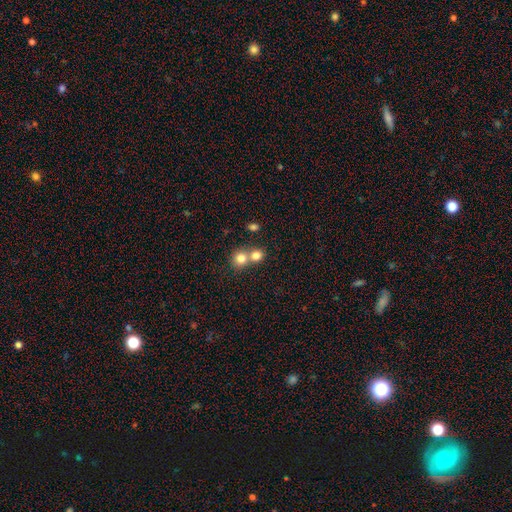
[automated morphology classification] Q: Smooth or featured?
A: smooth (79%); runner-up: star or artifact (11%)
Q: How rounded?
A: round (81%); runner-up: in between (18%)
Q: Merging?
A: merger (54%); runner-up: none (38%)